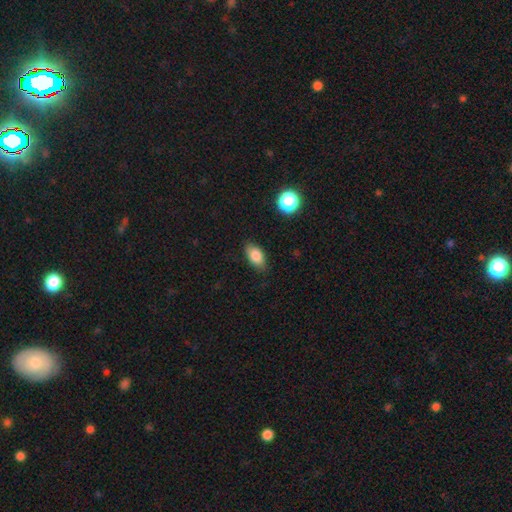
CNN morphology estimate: smooth 84%, star or artifact 9%, featured or disk 7%. Down the decision tree: how rounded — in between (90%); merging — none (83%).